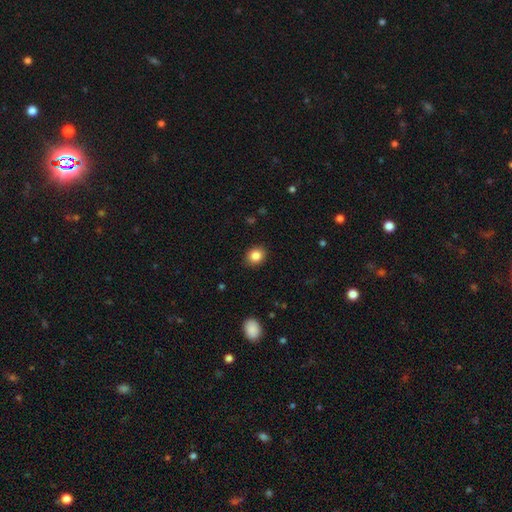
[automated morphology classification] smooth-or-featured: smooth: 85% | star or artifact: 10% | featured or disk: 5%
  how-rounded: round: 65% | in between: 34% | cigar-shaped: 1%
  merging: none: 89% | minor disturbance: 8% | major disturbance: 2% | merger: 1%